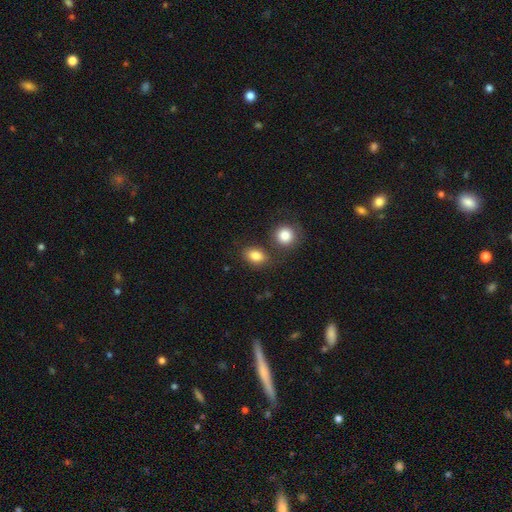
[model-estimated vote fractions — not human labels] Smooth or featured: smooth — 84% (star or artifact — 9%)
How rounded: in between — 74% (round — 24%)
Merging: none — 67% (merger — 17%)